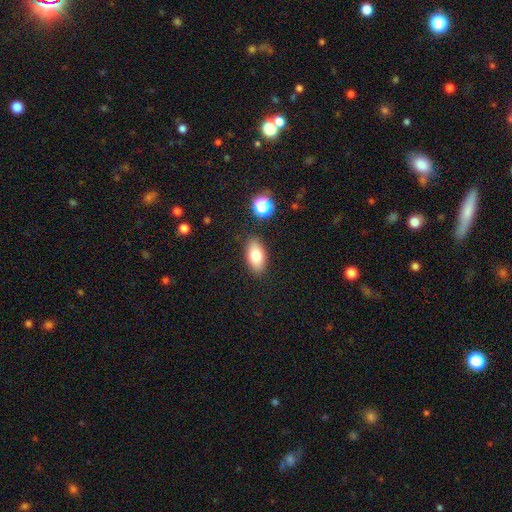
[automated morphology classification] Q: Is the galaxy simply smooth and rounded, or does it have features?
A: smooth — 79%.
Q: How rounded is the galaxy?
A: in between — 90%.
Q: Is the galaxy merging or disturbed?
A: none — 86%.